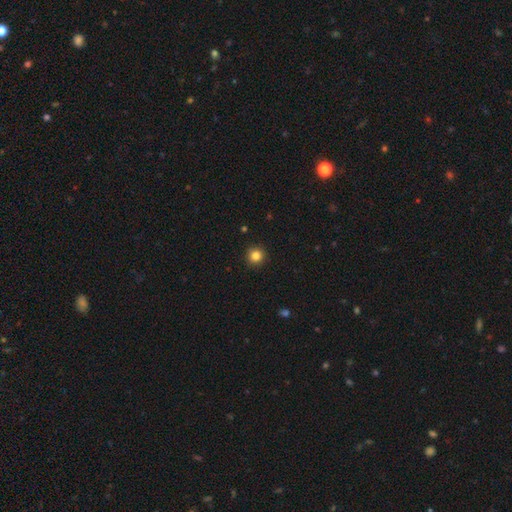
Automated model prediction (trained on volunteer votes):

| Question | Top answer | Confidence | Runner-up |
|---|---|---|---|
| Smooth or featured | smooth | 84% | star or artifact (11%) |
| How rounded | round | 95% | in between (4%) |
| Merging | none | 93% | minor disturbance (5%) |